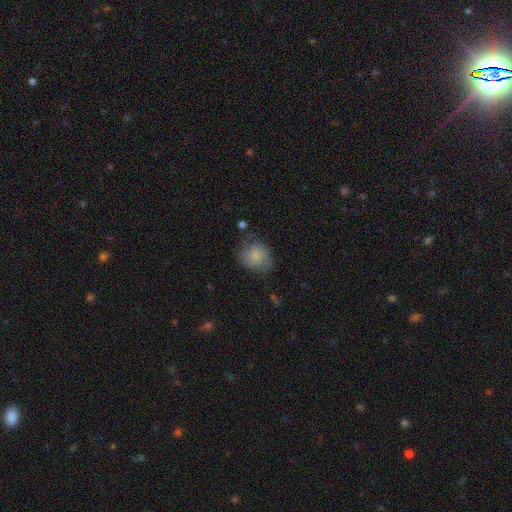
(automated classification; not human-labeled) Smooth or featured?
  - smooth: 77% *
  - featured or disk: 15%
  - star or artifact: 8%
How rounded?
  - round: 70% *
  - in between: 29%
  - cigar-shaped: 1%
Merging?
  - none: 59% *
  - minor disturbance: 28%
  - major disturbance: 10%
  - merger: 2%